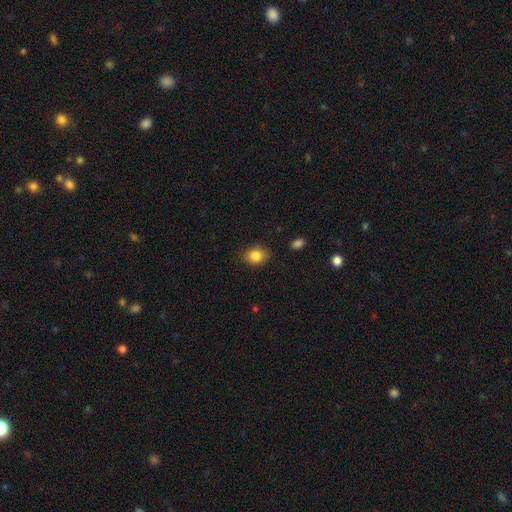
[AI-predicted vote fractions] Smooth or featured? smooth (84%)
How rounded? in between (50%)
Merging? none (84%)